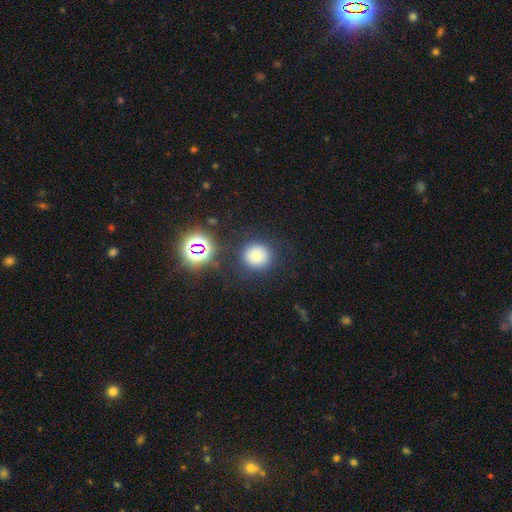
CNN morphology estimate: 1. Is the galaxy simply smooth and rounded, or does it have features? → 76% smooth, 17% star or artifact, 7% featured or disk.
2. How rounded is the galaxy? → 88% round, 11% in between, 1% cigar-shaped.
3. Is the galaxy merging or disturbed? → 84% none, 9% minor disturbance, 4% major disturbance, 3% merger.